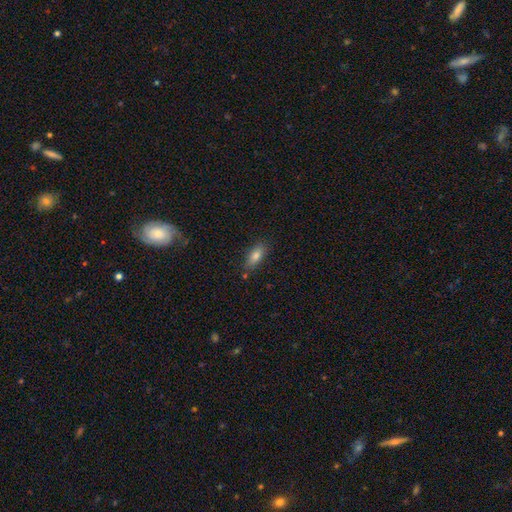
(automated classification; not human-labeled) Smooth or featured: smooth — 78% (featured or disk — 13%)
How rounded: in between — 79% (cigar-shaped — 17%)
Merging: none — 79% (minor disturbance — 15%)